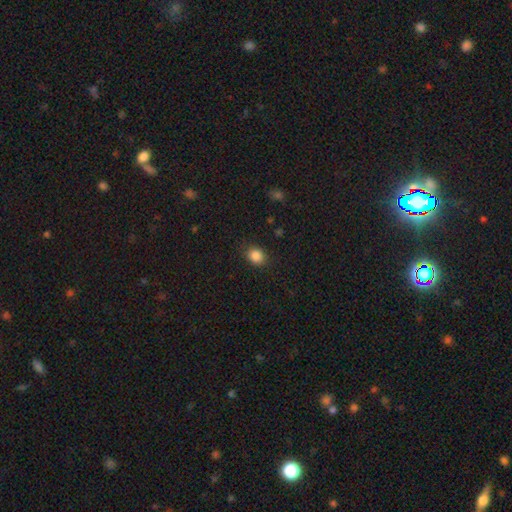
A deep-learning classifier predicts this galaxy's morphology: Smooth or featured? Predicted: smooth (p=0.86). How rounded? Predicted: round (p=0.56). Merging? Predicted: none (p=0.86).